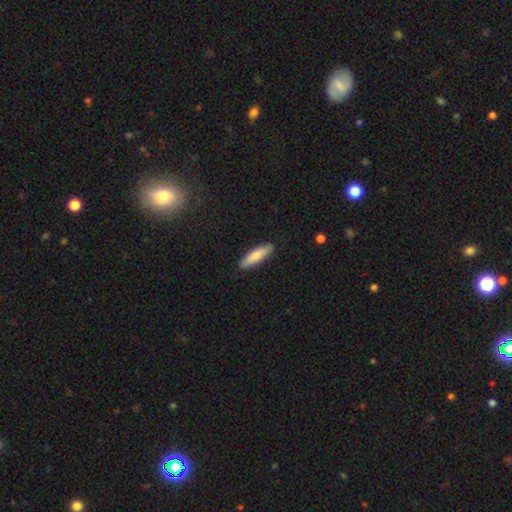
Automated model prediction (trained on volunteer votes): A smooth galaxy with no disk features (80%) that is cigar-shaped (69%). Merging: none (88%).